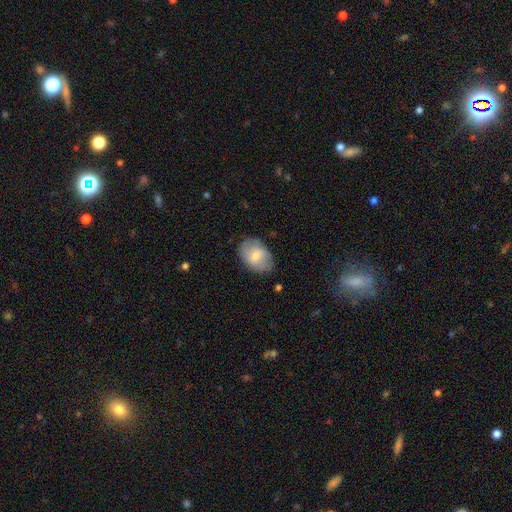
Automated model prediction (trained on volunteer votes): Q: Smooth or featured?
A: smooth (67%); runner-up: featured or disk (27%)
Q: How rounded?
A: in between (82%); runner-up: round (17%)
Q: Merging?
A: none (76%); runner-up: minor disturbance (18%)